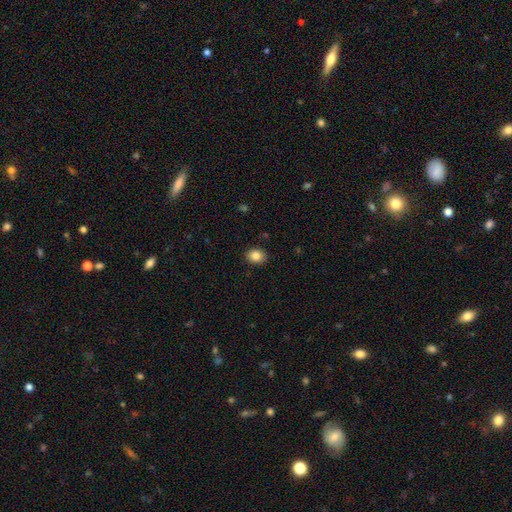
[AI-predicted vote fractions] smooth 85%, star or artifact 9%, featured or disk 6%. Down the decision tree: how rounded — in between (53%); merging — none (90%).